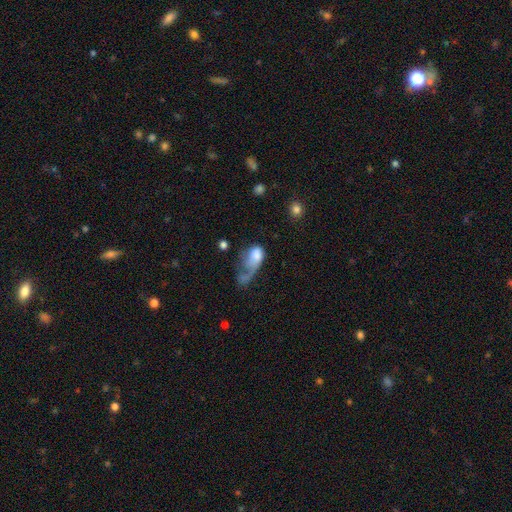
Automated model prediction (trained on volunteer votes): smooth-or-featured: smooth: 57% | featured or disk: 35% | star or artifact: 8%
  how-rounded: in between: 80% | round: 17% | cigar-shaped: 4%
  merging: major disturbance: 59% | none: 15% | minor disturbance: 13% | merger: 13%